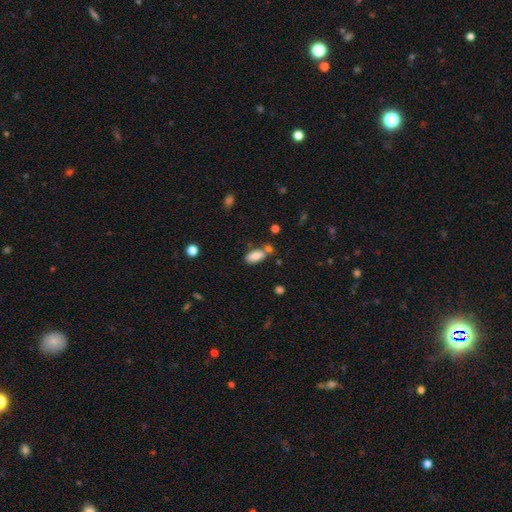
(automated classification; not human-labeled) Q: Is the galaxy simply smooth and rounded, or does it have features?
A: smooth — 84%.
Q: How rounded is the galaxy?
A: in between — 90%.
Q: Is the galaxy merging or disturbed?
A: none — 60%.